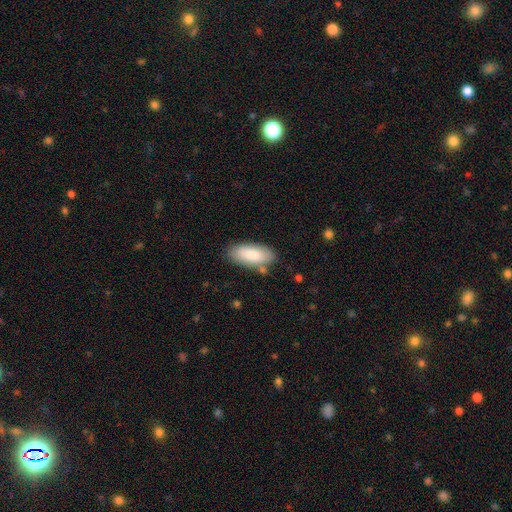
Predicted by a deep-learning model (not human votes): A smooth galaxy with no disk features (85%) that is in between round and cigar-shaped (87%).

Vote fractions:
- Smooth or featured? smooth: 85% / featured or disk: 9% / star or artifact: 6%
- How rounded? in between: 87% / cigar-shaped: 11% / round: 2%
- Merging? none: 78% / minor disturbance: 14% / merger: 4% / major disturbance: 3%